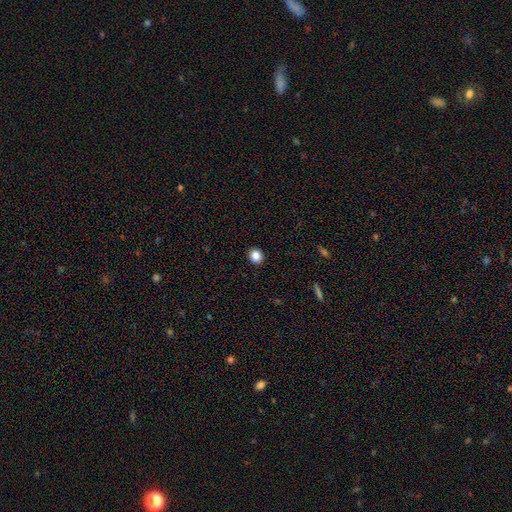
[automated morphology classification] This is clearly a smooth galaxy (86%). How rounded: likely round (78%). Merging: clearly none (92%).